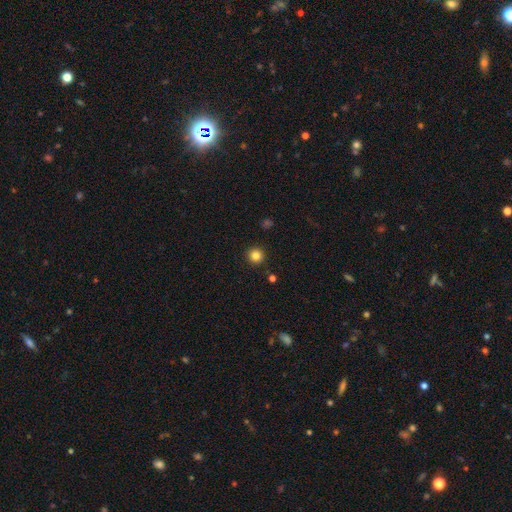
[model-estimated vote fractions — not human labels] Smooth or featured? Predicted: smooth (p=0.83). How rounded? Predicted: round (p=0.96). Merging? Predicted: none (p=0.92).